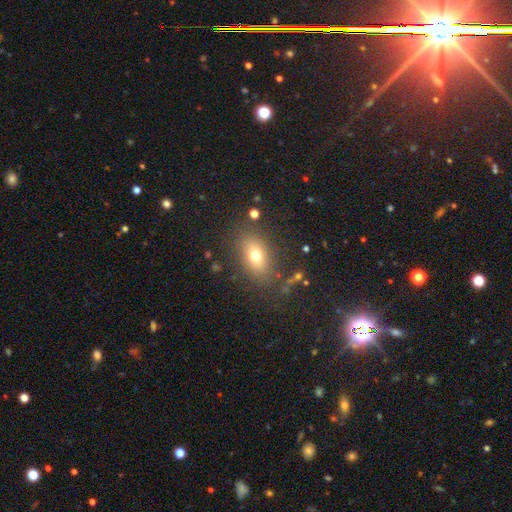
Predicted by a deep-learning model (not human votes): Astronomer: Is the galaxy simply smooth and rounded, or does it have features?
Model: smooth — 71%.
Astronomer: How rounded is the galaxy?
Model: in between — 79%.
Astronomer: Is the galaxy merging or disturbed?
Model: none — 80%.